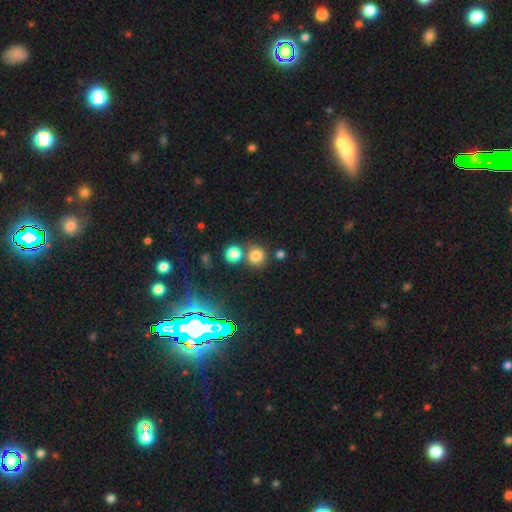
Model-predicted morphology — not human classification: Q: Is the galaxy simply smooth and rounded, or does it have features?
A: smooth — 76%.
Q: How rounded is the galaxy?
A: round — 89%.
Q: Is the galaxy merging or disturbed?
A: none — 70%.